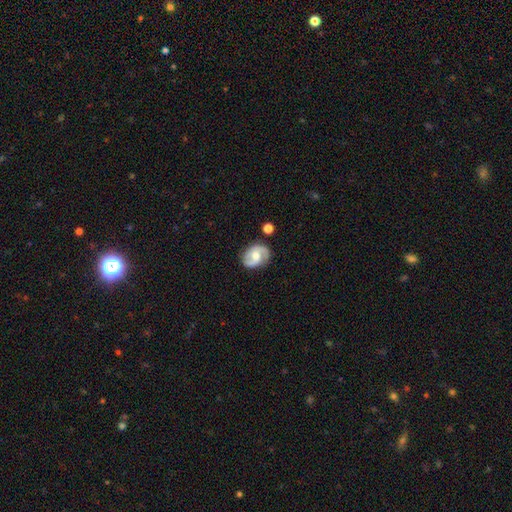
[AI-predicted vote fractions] Smooth or featured? featured or disk (78%)
Edge-on disk? no (98%)
Bar? weak (46%)
Spiral arms? yes (94%)
Spiral winding? medium (51%)
Spiral arm count? 2 (90%)
Bulge size? moderate (66%)
Merging? none (79%)